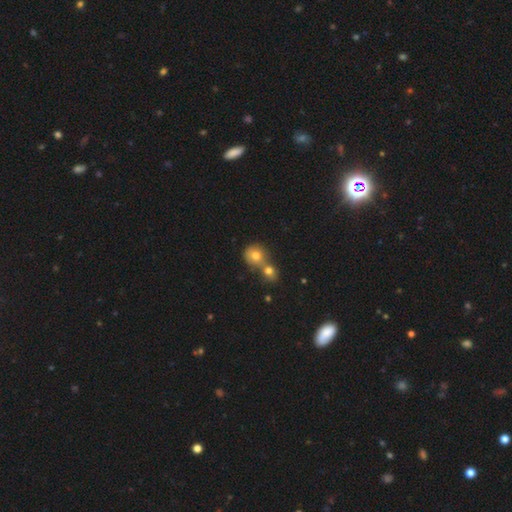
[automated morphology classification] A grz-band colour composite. It shows a smooth galaxy with no disk features (76%) that is round (83%). Merging: merger (57%).